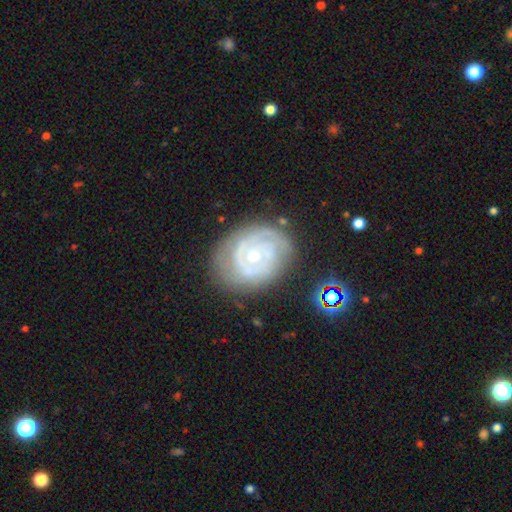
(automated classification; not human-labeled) This appears to be a featured or disk galaxy (83%) with no bar (71%), 2 (41%) tight (73%) spiral arms (91%) and a small central bulge (56%). Merging: none (73%).